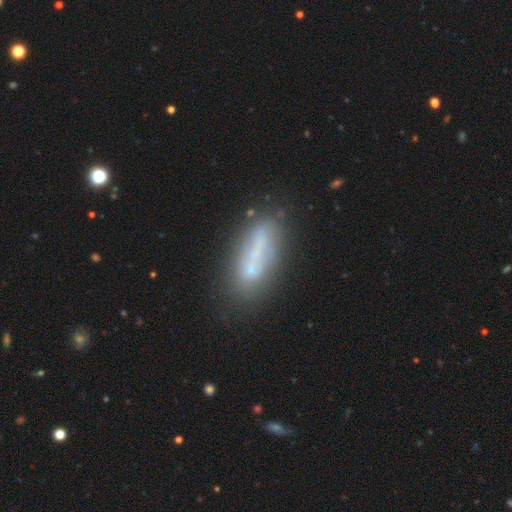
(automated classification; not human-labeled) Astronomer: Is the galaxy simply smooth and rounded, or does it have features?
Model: smooth — 47% (runner-up: featured or disk, 41%).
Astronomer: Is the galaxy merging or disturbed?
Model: none — 59%.